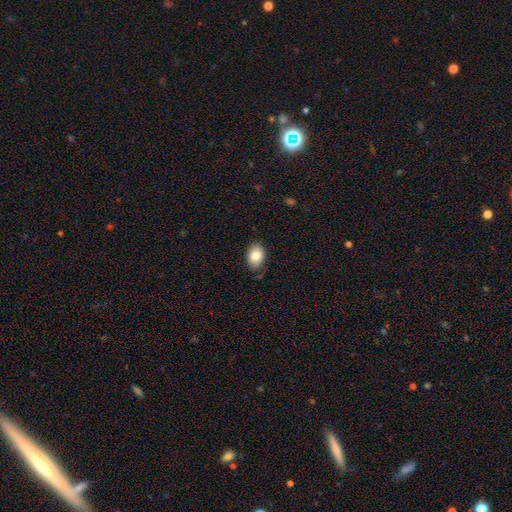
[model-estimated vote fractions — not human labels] Smooth or featured?
  - smooth: 84% *
  - featured or disk: 8%
  - star or artifact: 8%
How rounded?
  - in between: 82% *
  - round: 17%
  - cigar-shaped: 1%
Merging?
  - none: 80% *
  - minor disturbance: 16%
  - major disturbance: 3%
  - merger: 1%